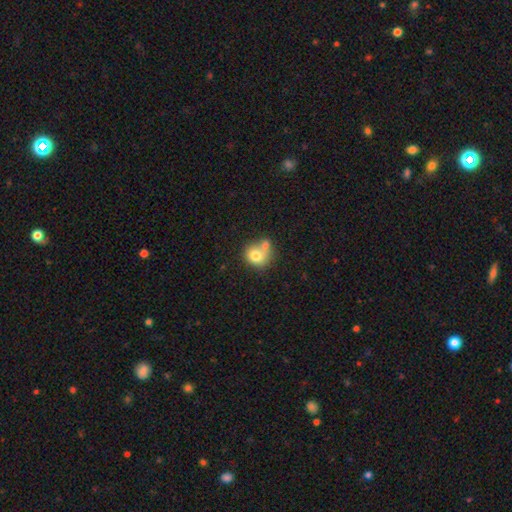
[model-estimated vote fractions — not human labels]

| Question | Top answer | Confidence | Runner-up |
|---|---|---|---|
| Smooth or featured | smooth | 73% | featured or disk (17%) |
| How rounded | round | 74% | in between (25%) |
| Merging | merger | 45% | none (35%) |